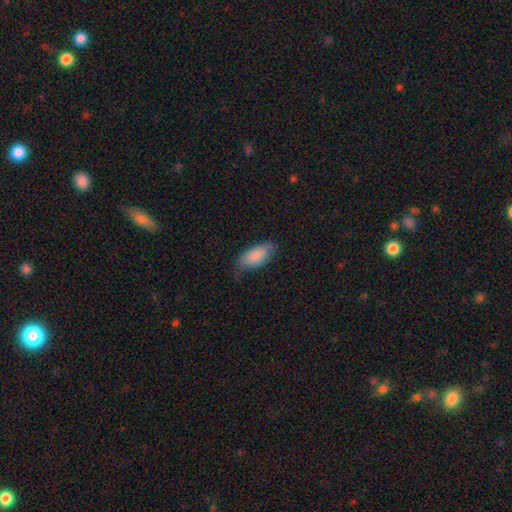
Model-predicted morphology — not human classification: A smooth galaxy with no disk features (86%) that is in between round and cigar-shaped (90%).

Vote fractions:
- Smooth or featured? smooth: 86% / featured or disk: 8% / star or artifact: 6%
- How rounded? in between: 90% / cigar-shaped: 8% / round: 2%
- Merging? none: 63% / minor disturbance: 29% / major disturbance: 7% / merger: 1%